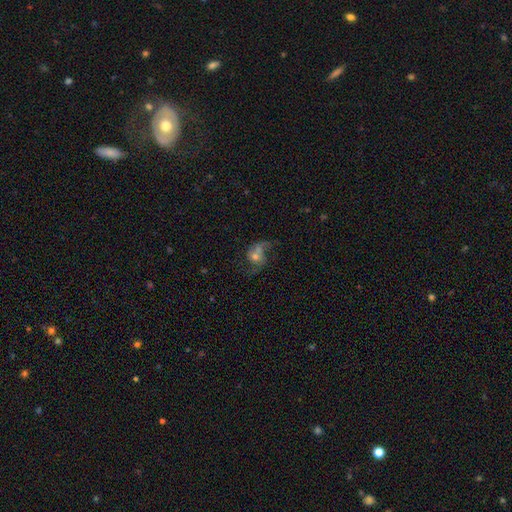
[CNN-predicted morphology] Smooth or featured: featured or disk — 68% (smooth — 18%)
Edge-on disk: no — 97% (yes — 3%)
Bar: no — 70% (weak — 25%)
Spiral arms: yes — 86% (no — 14%)
Spiral winding: loose — 70% (medium — 24%)
Spiral arm count: 2 — 76% (1 — 14%)
Bulge size: moderate — 50% (small — 37%)
Merging: none — 47% (major disturbance — 24%)